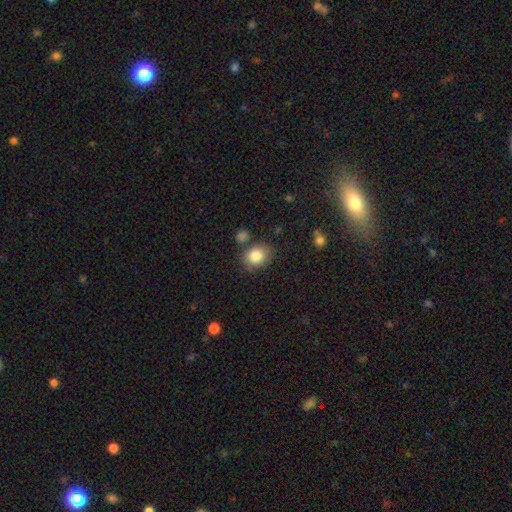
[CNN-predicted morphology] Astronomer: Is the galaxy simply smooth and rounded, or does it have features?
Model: smooth — 85%.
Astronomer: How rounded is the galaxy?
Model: round — 55% (runner-up: in between, 44%).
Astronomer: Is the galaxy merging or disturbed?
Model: none — 73%.